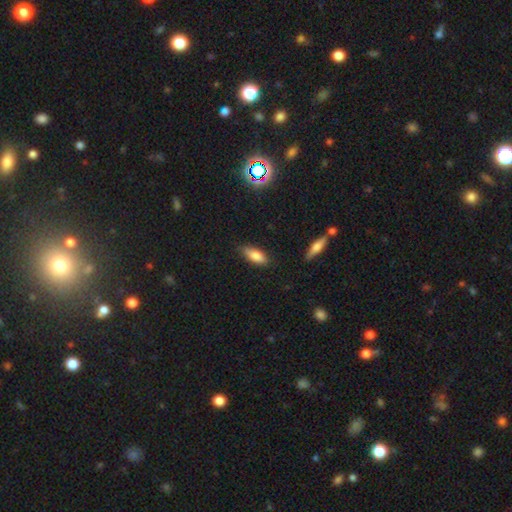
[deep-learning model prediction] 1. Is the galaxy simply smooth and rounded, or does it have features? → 81% smooth, 12% featured or disk, 7% star or artifact.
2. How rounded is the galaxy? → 76% in between, 22% cigar-shaped, 2% round.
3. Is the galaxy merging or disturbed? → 78% none, 18% minor disturbance, 3% major disturbance, 2% merger.